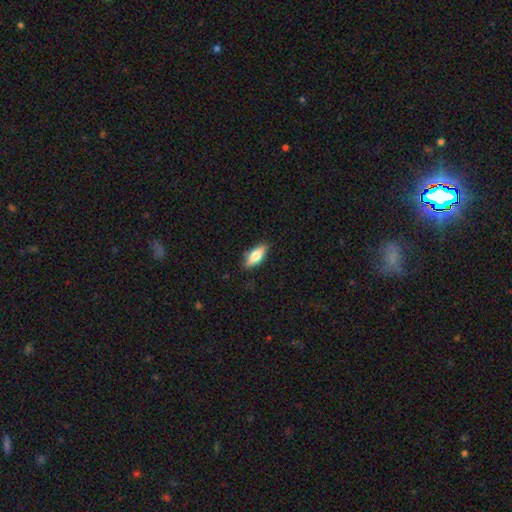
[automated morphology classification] A smooth galaxy with no disk features (66%) that is in between round and cigar-shaped (69%).

Vote fractions:
- Smooth or featured? smooth: 66% / featured or disk: 27% / star or artifact: 6%
- How rounded? in between: 69% / cigar-shaped: 28% / round: 3%
- Merging? none: 83% / minor disturbance: 13% / major disturbance: 3% / merger: 1%